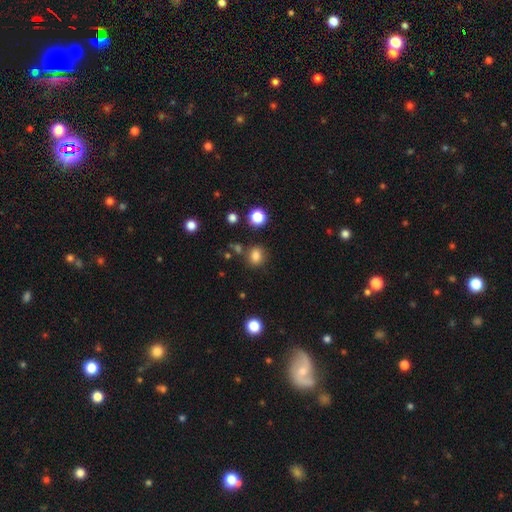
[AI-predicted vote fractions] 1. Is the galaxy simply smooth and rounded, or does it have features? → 81% smooth, 13% star or artifact, 6% featured or disk.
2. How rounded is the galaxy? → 67% round, 32% in between, 1% cigar-shaped.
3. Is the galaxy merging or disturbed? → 80% none, 11% minor disturbance, 5% merger, 4% major disturbance.